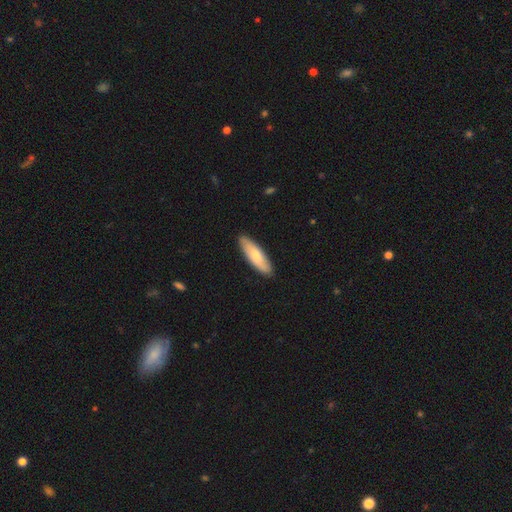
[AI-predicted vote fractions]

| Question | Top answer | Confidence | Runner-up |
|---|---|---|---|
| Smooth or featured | smooth | 74% | featured or disk (21%) |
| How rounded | cigar-shaped | 54% | in between (45%) |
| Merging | none | 89% | minor disturbance (9%) |